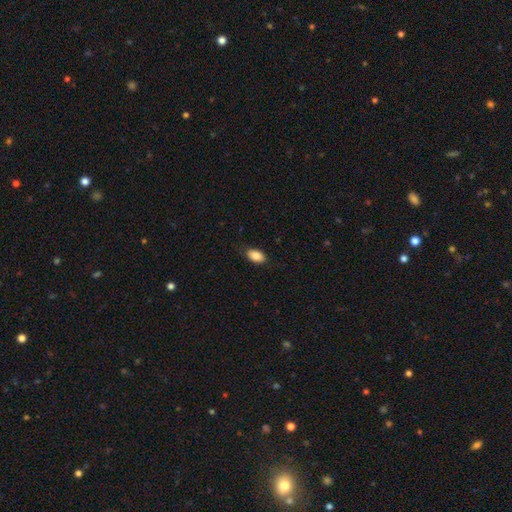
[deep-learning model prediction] Q: Smooth or featured?
A: smooth (87%); runner-up: star or artifact (7%)
Q: How rounded?
A: in between (92%); runner-up: round (6%)
Q: Merging?
A: none (85%); runner-up: minor disturbance (12%)